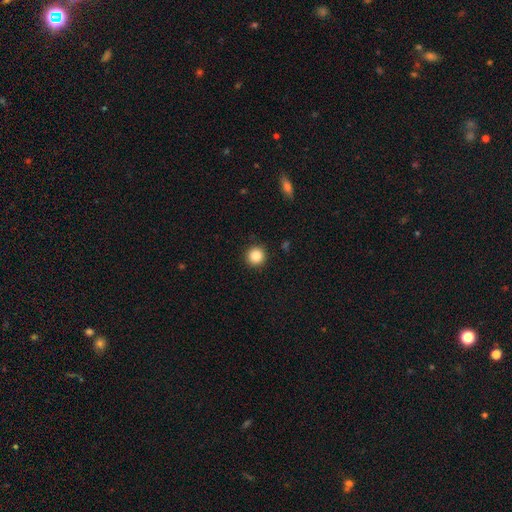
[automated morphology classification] Q: Smooth or featured?
A: smooth (85%); runner-up: star or artifact (10%)
Q: How rounded?
A: round (95%); runner-up: in between (4%)
Q: Merging?
A: none (93%); runner-up: minor disturbance (5%)